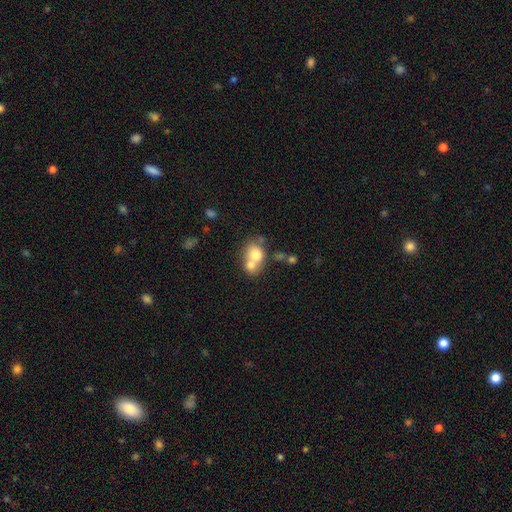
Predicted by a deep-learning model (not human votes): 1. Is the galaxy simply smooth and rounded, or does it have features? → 71% smooth, 19% featured or disk, 9% star or artifact.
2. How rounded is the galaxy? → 60% round, 39% in between, 1% cigar-shaped.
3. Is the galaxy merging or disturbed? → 63% merger, 27% none, 7% minor disturbance, 3% major disturbance.